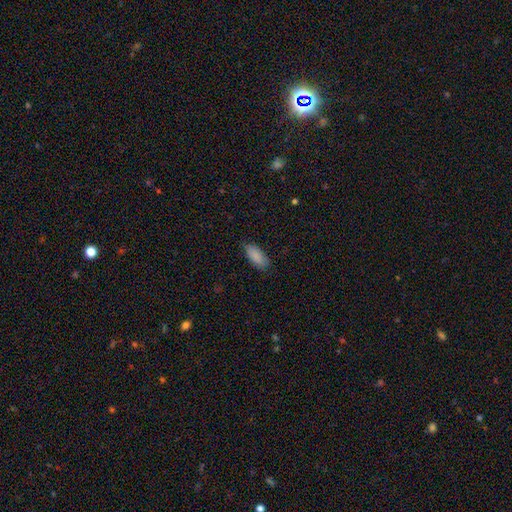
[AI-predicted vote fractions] Smooth or featured? smooth (88%)
How rounded? in between (86%)
Merging? none (80%)